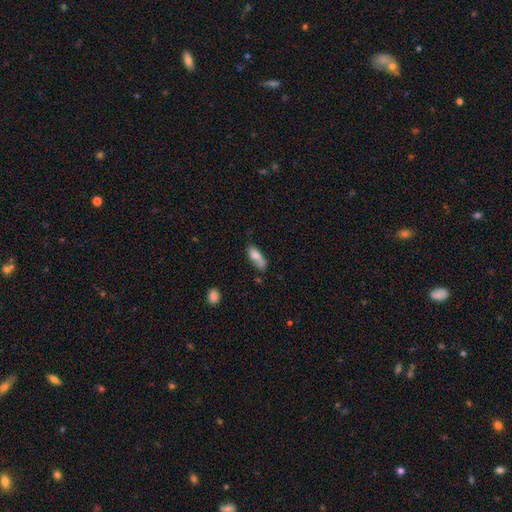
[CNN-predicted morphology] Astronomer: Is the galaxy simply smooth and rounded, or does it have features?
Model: smooth — 74%.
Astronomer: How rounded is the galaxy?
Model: in between — 69%.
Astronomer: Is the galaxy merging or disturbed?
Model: none — 36% (runner-up: minor disturbance, 25%).